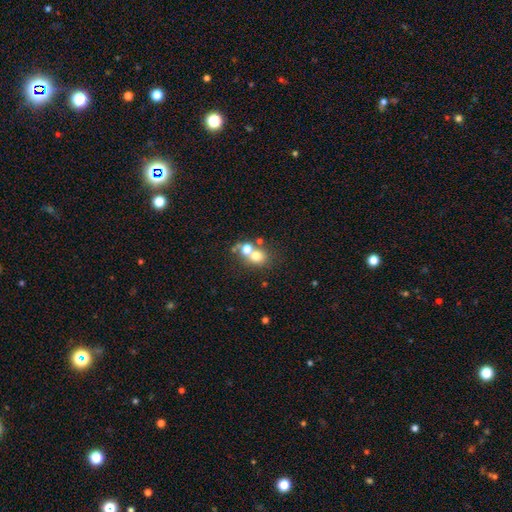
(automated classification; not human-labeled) This appears to be a smooth galaxy with no disk features (69%) that is round (72%). Merging: merger (51%).